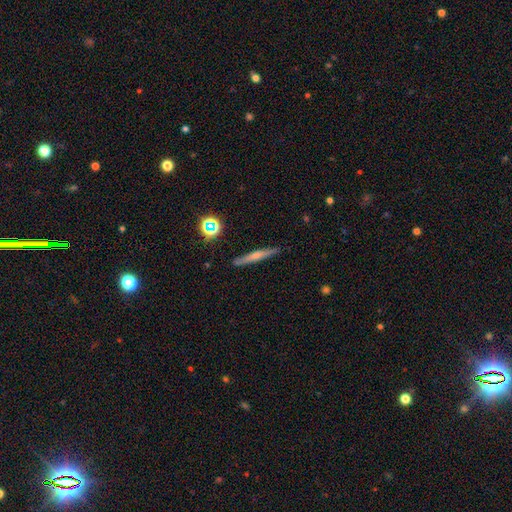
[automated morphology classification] Q: Smooth or featured?
A: featured or disk (47%); runner-up: smooth (43%)
Q: Merging?
A: none (88%); runner-up: minor disturbance (8%)